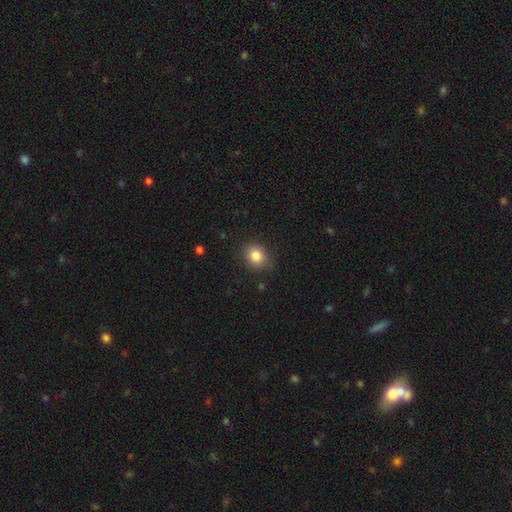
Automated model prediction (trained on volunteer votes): Smooth or featured: smooth — 84% (star or artifact — 10%)
How rounded: round — 69% (in between — 30%)
Merging: none — 85% (minor disturbance — 11%)